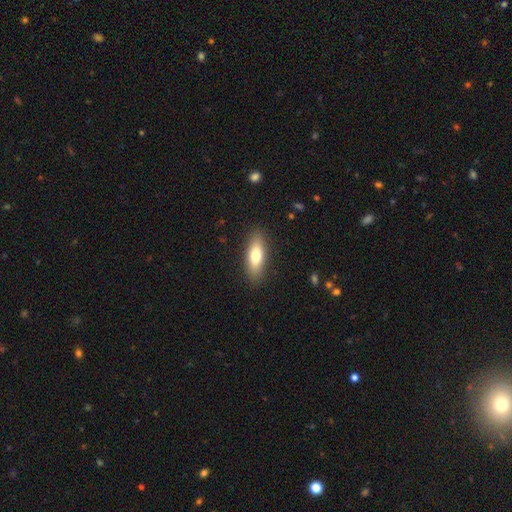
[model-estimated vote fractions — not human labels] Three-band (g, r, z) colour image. It shows a smooth galaxy with no disk features (72%) that is in between round and cigar-shaped (60%). Merging: none (88%).